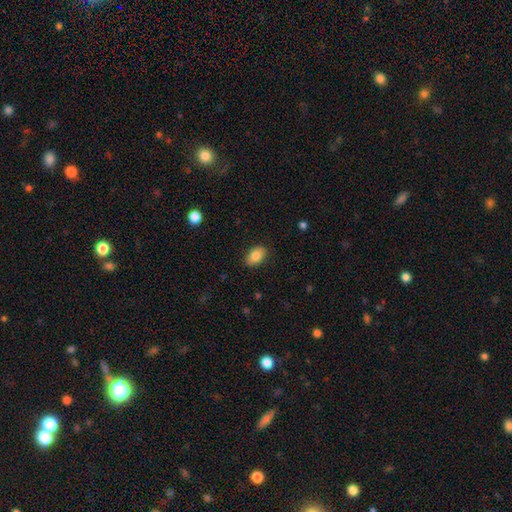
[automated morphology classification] Q: Smooth or featured?
A: smooth (86%); runner-up: star or artifact (8%)
Q: How rounded?
A: in between (89%); runner-up: round (10%)
Q: Merging?
A: none (86%); runner-up: minor disturbance (10%)